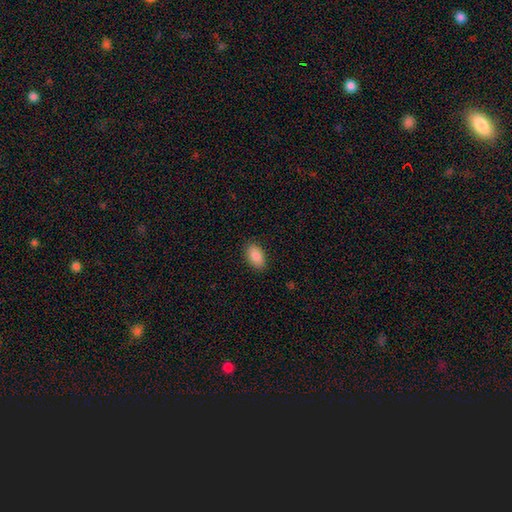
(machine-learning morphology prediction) This is clearly a smooth galaxy (88%). How rounded: clearly in between (93%). Merging: clearly none (88%).